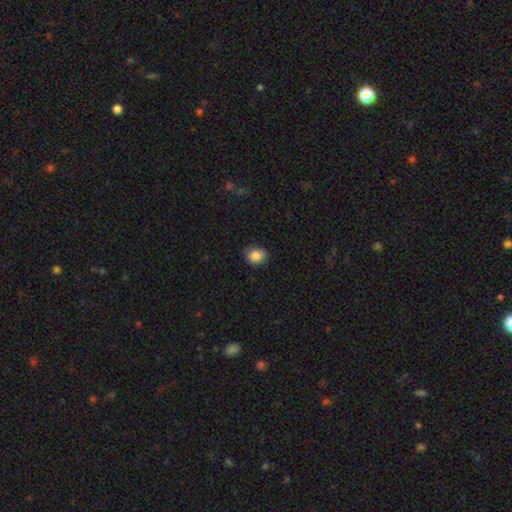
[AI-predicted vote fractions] Smooth or featured?
  - smooth: 86% *
  - star or artifact: 9%
  - featured or disk: 5%
How rounded?
  - round: 62% *
  - in between: 38%
  - cigar-shaped: 1%
Merging?
  - none: 83% *
  - minor disturbance: 13%
  - major disturbance: 2%
  - merger: 1%